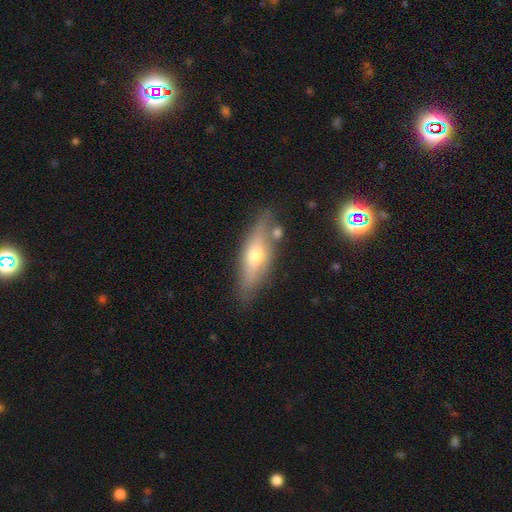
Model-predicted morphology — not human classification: smooth 47%, featured or disk 45%, star or artifact 7%. Down the decision tree: merging — none (77%).